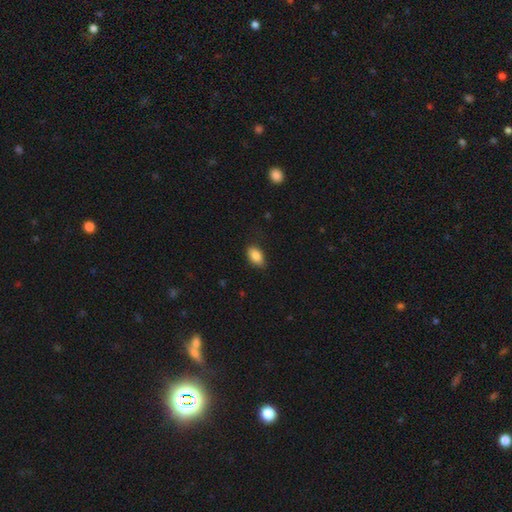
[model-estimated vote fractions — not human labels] This is clearly a smooth galaxy (86%). How rounded: clearly in between (91%). Merging: clearly none (81%).